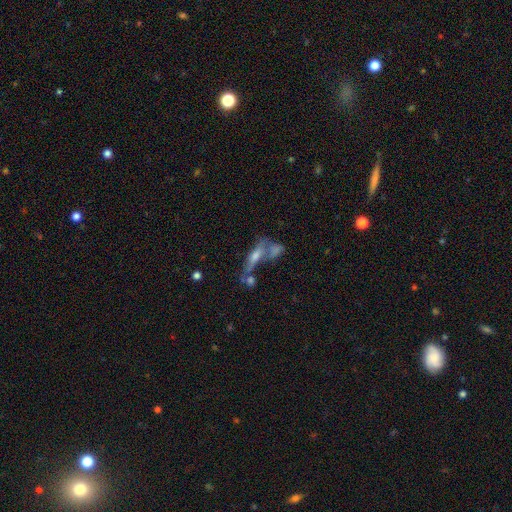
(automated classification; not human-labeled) A featured or disk galaxy (50%). Merging: merger (39%).